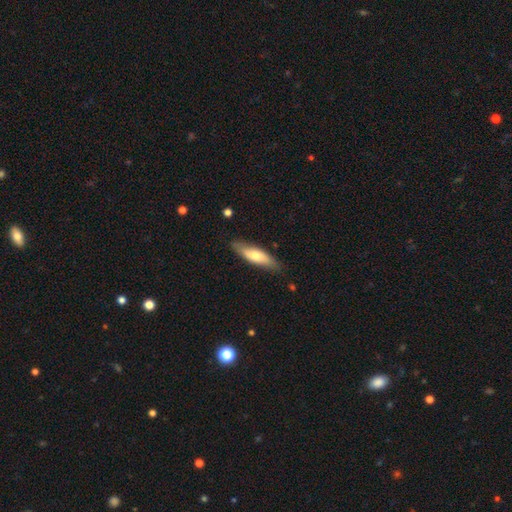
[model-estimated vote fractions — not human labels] Smooth or featured: smooth — 63% (featured or disk — 32%)
How rounded: cigar-shaped — 61% (in between — 38%)
Merging: none — 83% (minor disturbance — 13%)